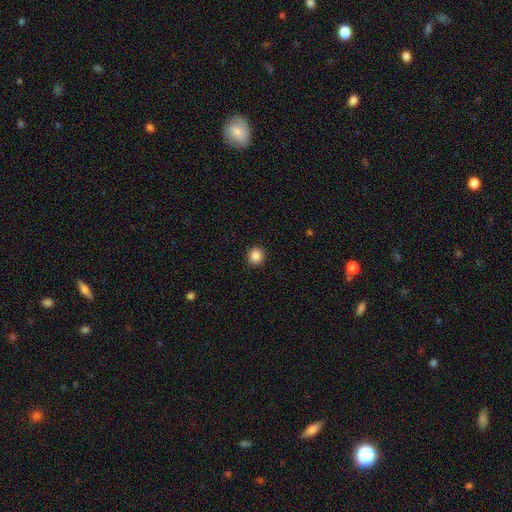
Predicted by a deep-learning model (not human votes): Morphology: type=smooth (87%); roundness=round (88%); merging=none (92%).